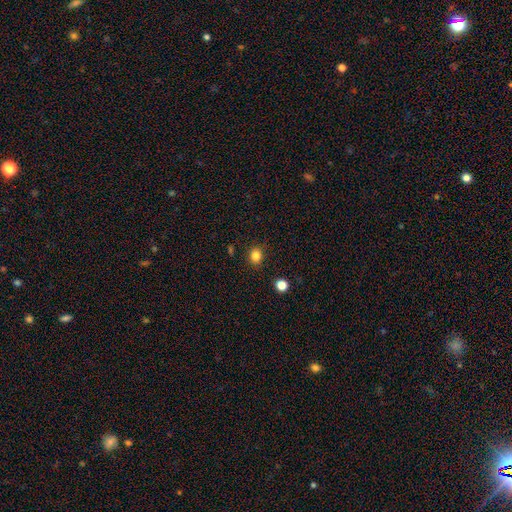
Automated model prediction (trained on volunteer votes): The model was most divided on "how rounded": round: 75%, in between: 24%, cigar-shaped: 1%. More confident: merging — none (87%); smooth or featured — smooth (83%).